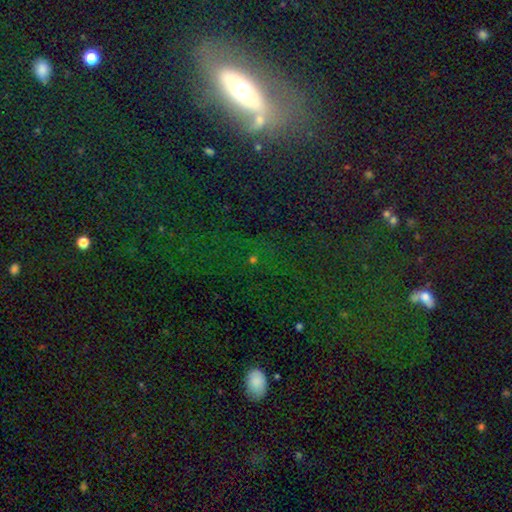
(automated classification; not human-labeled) smooth_or_featured: star or artifact (p=0.39) [alt: smooth p=0.35]